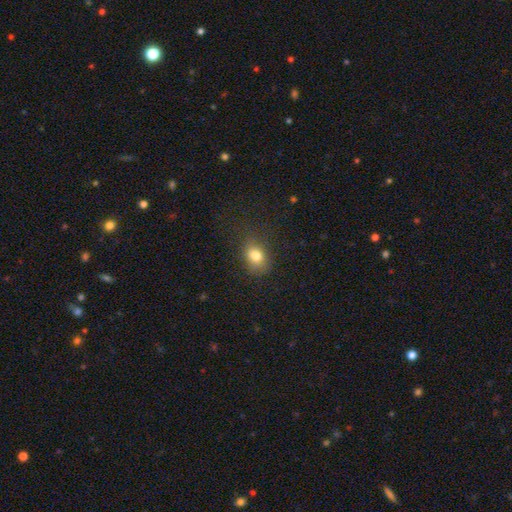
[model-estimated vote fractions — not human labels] Smooth or featured? Predicted: smooth (p=0.80). How rounded? Predicted: in between (p=0.59). Merging? Predicted: none (p=0.75).